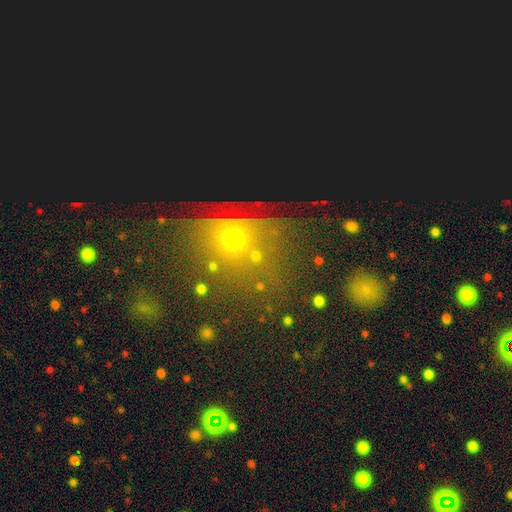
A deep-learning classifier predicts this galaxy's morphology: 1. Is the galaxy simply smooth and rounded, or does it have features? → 47% smooth, 35% star or artifact, 18% featured or disk.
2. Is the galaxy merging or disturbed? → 64% none, 14% minor disturbance, 13% merger, 10% major disturbance.